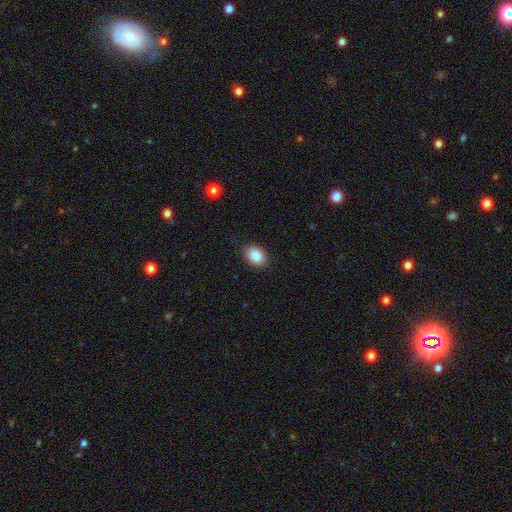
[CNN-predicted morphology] A smooth galaxy with no disk features (87%) that is in between round and cigar-shaped (74%).

Vote fractions:
- Smooth or featured? smooth: 87% / star or artifact: 8% / featured or disk: 5%
- How rounded? in between: 74% / round: 26% / cigar-shaped: 1%
- Merging? none: 88% / minor disturbance: 9% / major disturbance: 2% / merger: 1%